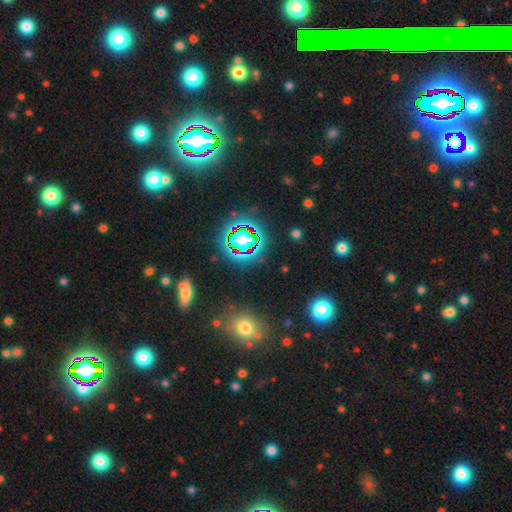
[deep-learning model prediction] A star or artifact, not a galaxy (66%).

Vote fractions:
- Smooth or featured? star or artifact: 66% / smooth: 23% / featured or disk: 11%